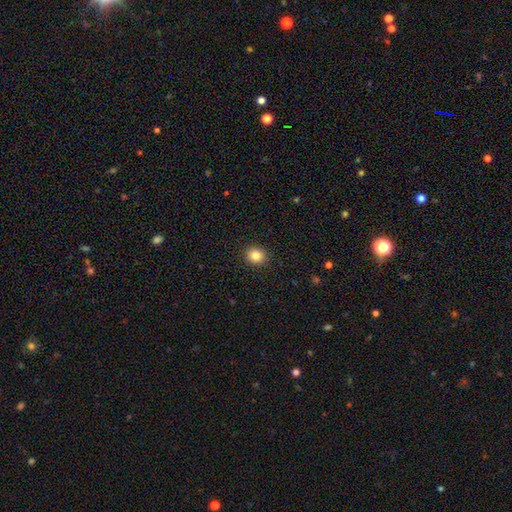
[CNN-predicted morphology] Smooth or featured: smooth — 85% (star or artifact — 10%)
How rounded: round — 74% (in between — 26%)
Merging: none — 91% (minor disturbance — 6%)